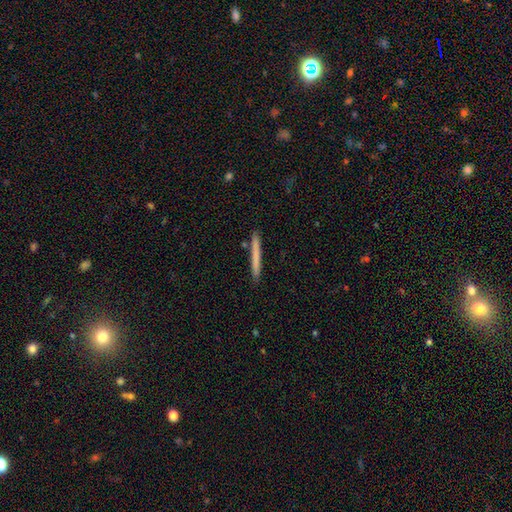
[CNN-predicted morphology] Smooth or featured?
  - smooth: 68% *
  - featured or disk: 26%
  - star or artifact: 6%
How rounded?
  - cigar-shaped: 97% *
  - in between: 1%
  - round: 1%
Merging?
  - none: 91% *
  - minor disturbance: 6%
  - merger: 1%
  - major disturbance: 1%